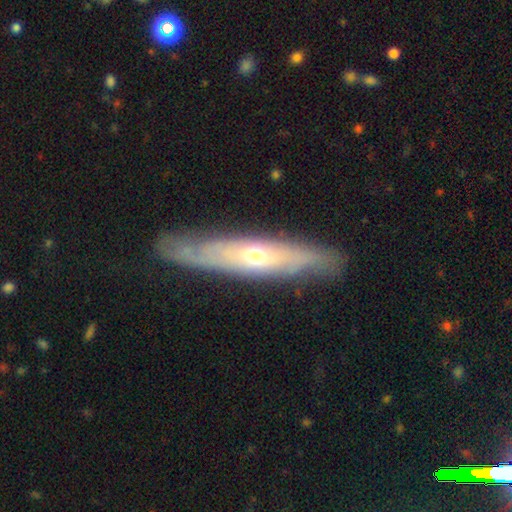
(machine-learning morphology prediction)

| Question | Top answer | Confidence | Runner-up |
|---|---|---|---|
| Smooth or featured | featured or disk | 68% | smooth (26%) |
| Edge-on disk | yes | 59% | no (41%) |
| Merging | none | 82% | minor disturbance (13%) |